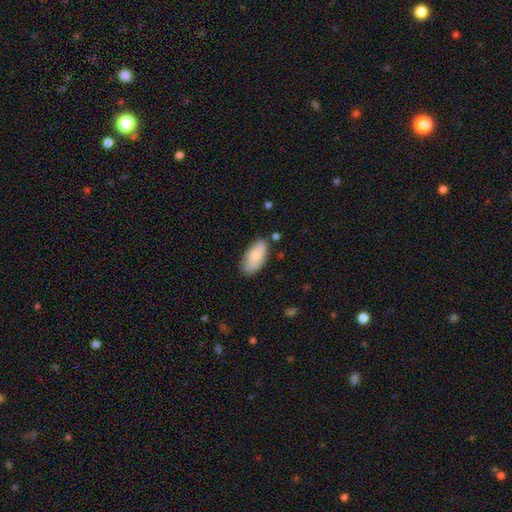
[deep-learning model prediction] Q: Smooth or featured?
A: smooth (77%); runner-up: featured or disk (17%)
Q: How rounded?
A: in between (91%); runner-up: cigar-shaped (6%)
Q: Merging?
A: none (65%); runner-up: minor disturbance (24%)